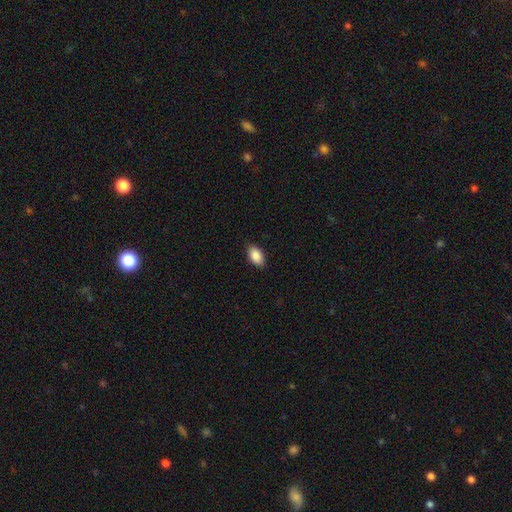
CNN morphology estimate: Smooth or featured? smooth (89%)
How rounded? in between (93%)
Merging? none (87%)